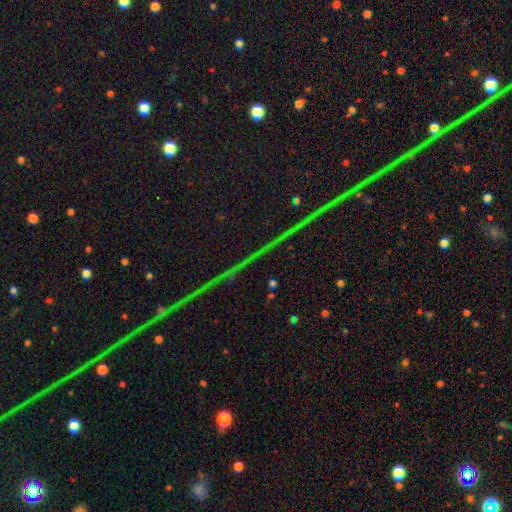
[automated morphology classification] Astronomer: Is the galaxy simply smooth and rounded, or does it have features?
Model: star or artifact — 80%.